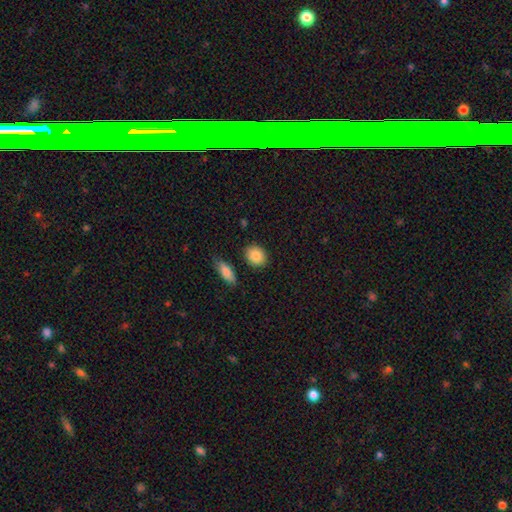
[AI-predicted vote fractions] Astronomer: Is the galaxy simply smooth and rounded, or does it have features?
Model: smooth — 87%.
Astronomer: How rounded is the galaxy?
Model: in between — 52% (runner-up: round, 46%).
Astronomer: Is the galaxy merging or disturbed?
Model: none — 86%.